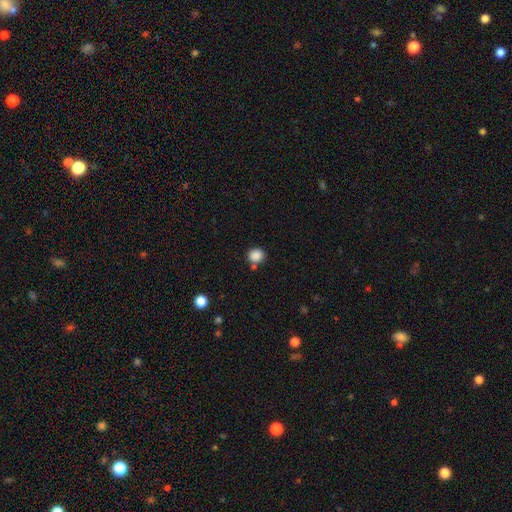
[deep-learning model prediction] A smooth galaxy with no disk features (86%) that is round (78%). Merging: none (74%).